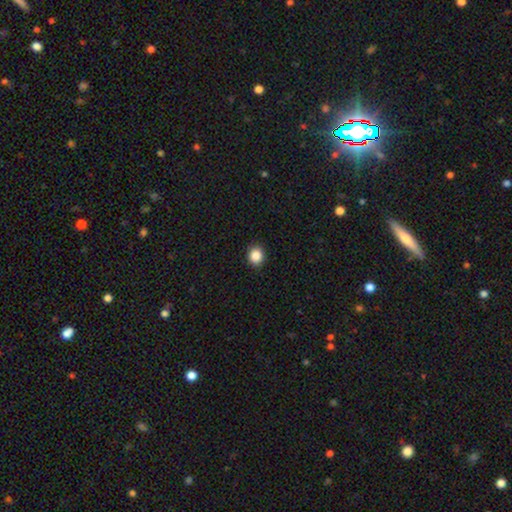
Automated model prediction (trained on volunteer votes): A smooth galaxy with no disk features (87%) that is round (77%). Merging: none (92%).